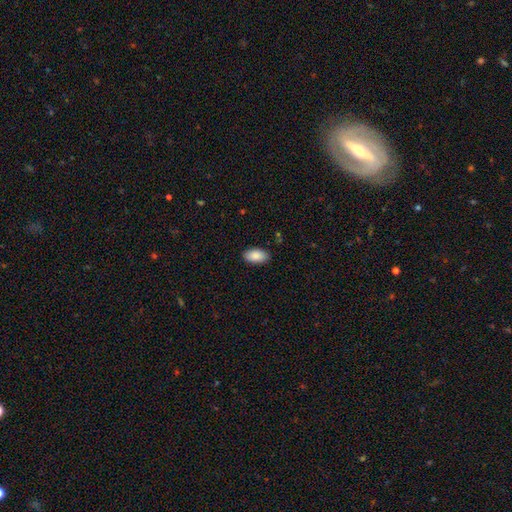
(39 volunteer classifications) Smooth or featured: smooth — 82% (star or artifact — 10%)
How rounded: in between — 91% (cigar-shaped — 6%)
Merging: none — 94% (minor disturbance — 6%)